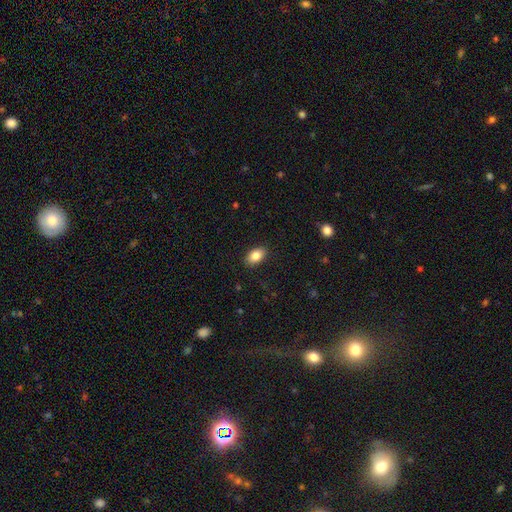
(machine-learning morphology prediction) Smooth or featured?
  - smooth: 85% *
  - star or artifact: 8%
  - featured or disk: 7%
How rounded?
  - in between: 89% *
  - round: 9%
  - cigar-shaped: 2%
Merging?
  - none: 89% *
  - minor disturbance: 8%
  - major disturbance: 2%
  - merger: 1%